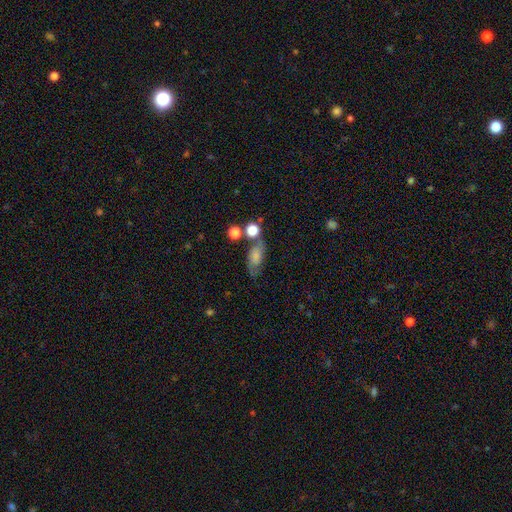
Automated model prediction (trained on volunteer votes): smooth-or-featured: smooth: 60% | featured or disk: 30% | star or artifact: 10%
  how-rounded: in between: 77% | round: 15% | cigar-shaped: 8%
  merging: none: 49% | minor disturbance: 22% | merger: 17% | major disturbance: 12%